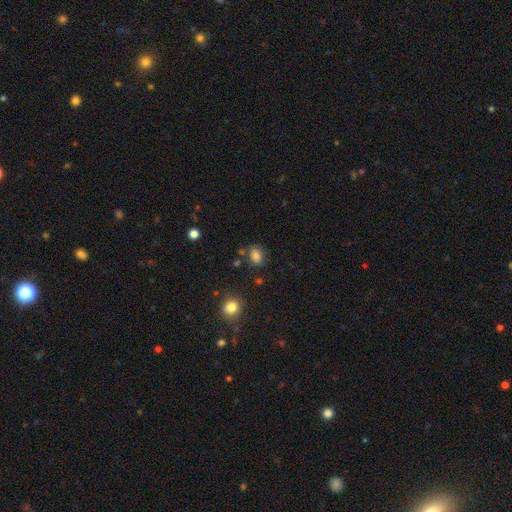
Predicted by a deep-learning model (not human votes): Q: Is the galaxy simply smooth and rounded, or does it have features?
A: smooth — 81%.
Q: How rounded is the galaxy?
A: in between — 74%.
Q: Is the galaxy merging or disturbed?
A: none — 74%.